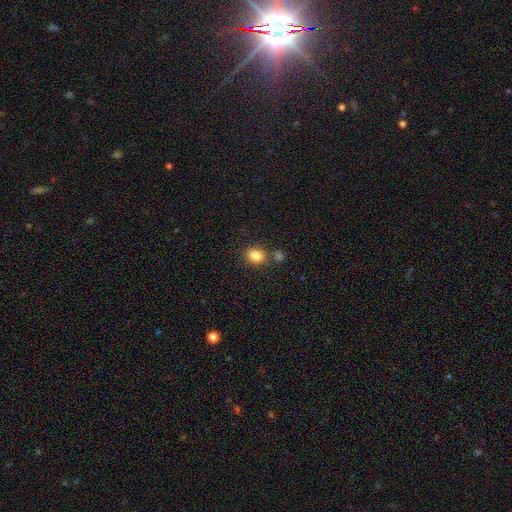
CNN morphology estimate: Smooth or featured? Predicted: smooth (p=0.84). How rounded? Predicted: round (p=0.56). Merging? Predicted: none (p=0.71).